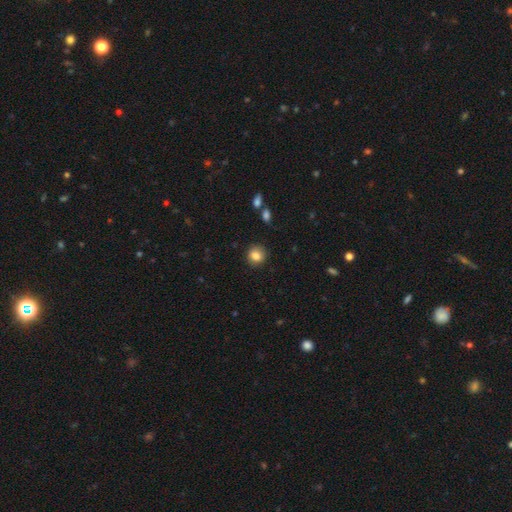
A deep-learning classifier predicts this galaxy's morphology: Smooth or featured: smooth — 84% (star or artifact — 10%)
How rounded: round — 83% (in between — 16%)
Merging: none — 88% (minor disturbance — 8%)